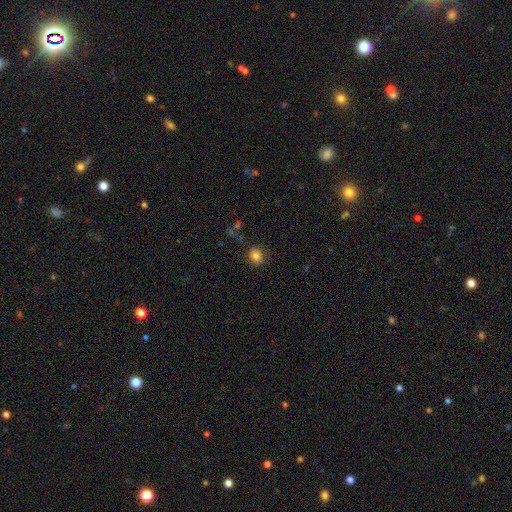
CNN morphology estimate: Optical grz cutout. It shows a smooth galaxy with no disk features (80%) that is round (76%). Merging: none (72%).